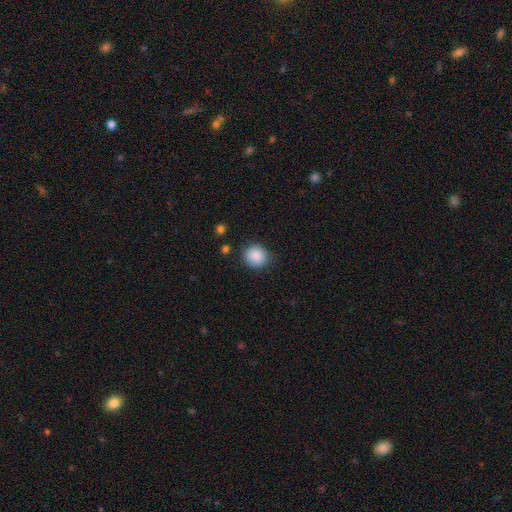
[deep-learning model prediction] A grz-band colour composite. It shows a smooth galaxy with no disk features (87%) that is round (82%). Merging: none (83%).